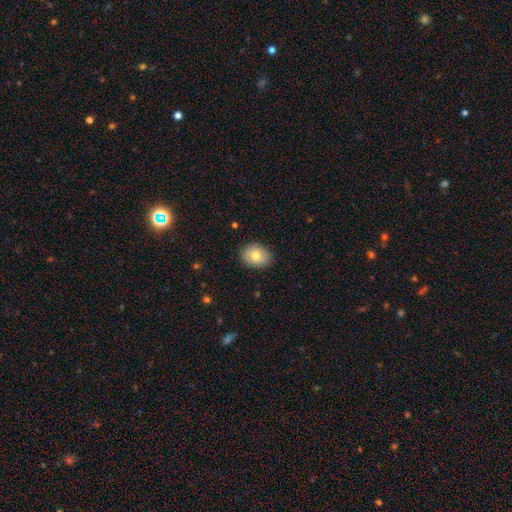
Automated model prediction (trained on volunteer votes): Q: Smooth or featured?
A: smooth (75%); runner-up: featured or disk (17%)
Q: How rounded?
A: in between (59%); runner-up: round (40%)
Q: Merging?
A: none (86%); runner-up: minor disturbance (11%)